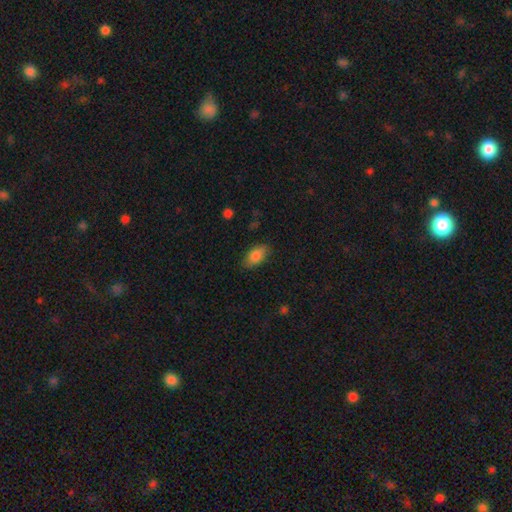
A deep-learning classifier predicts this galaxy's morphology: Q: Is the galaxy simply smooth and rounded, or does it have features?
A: smooth — 84%.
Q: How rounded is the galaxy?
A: in between — 91%.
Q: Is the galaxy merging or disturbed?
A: none — 82%.